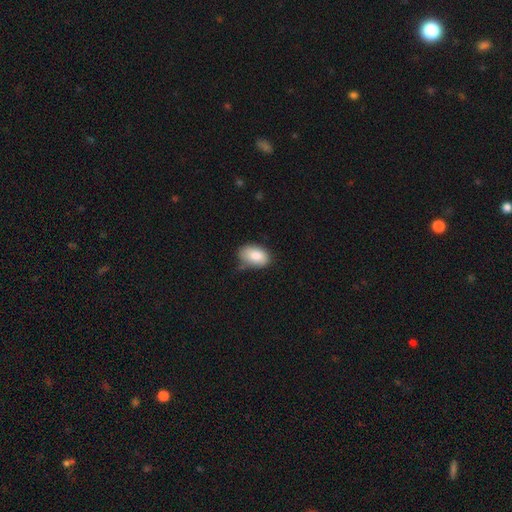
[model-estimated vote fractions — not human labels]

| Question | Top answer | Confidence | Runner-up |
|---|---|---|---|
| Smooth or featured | smooth | 85% | featured or disk (8%) |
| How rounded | in between | 91% | round (8%) |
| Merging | none | 63% | minor disturbance (29%) |